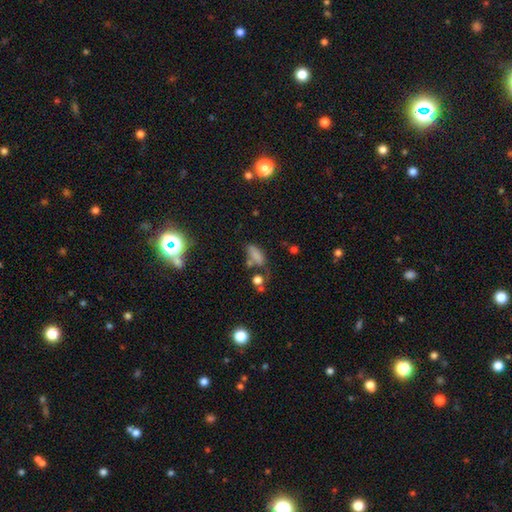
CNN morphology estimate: This appears to be a smooth galaxy with no disk features (75%) that is in between round and cigar-shaped (83%). Merging: none (47%).